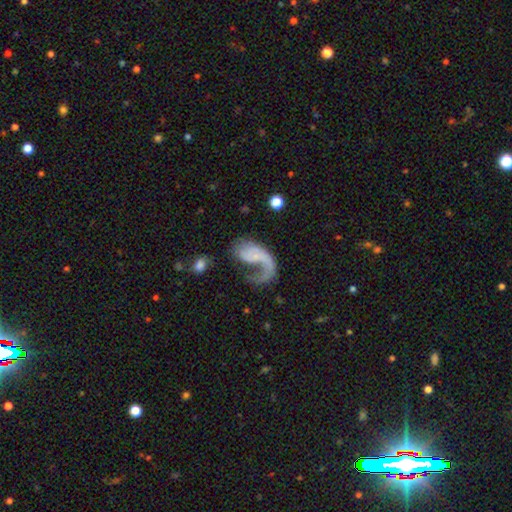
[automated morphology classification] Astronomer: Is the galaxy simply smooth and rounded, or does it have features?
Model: featured or disk — 68%.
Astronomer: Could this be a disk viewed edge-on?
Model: no — 98%.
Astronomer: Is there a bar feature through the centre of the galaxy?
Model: no — 72%.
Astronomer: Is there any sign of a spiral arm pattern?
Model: yes — 80%.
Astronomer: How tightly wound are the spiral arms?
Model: loose — 68%.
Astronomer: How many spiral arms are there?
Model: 1 — 85%.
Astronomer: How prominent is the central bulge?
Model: none — 48% (runner-up: small, 40%).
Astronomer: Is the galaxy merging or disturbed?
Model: major disturbance — 55%.